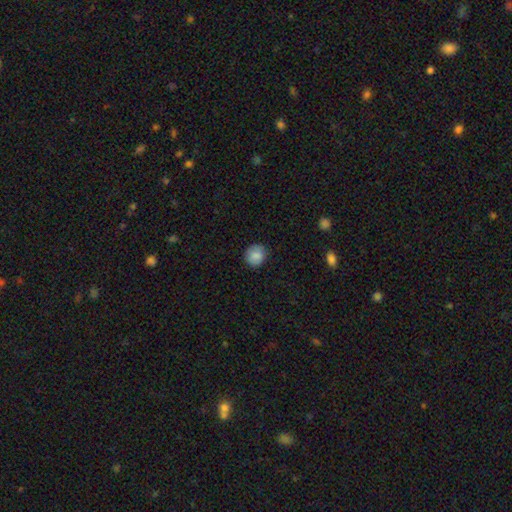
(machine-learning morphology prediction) type=smooth (86%); roundness=round (82%); merging=none (85%).